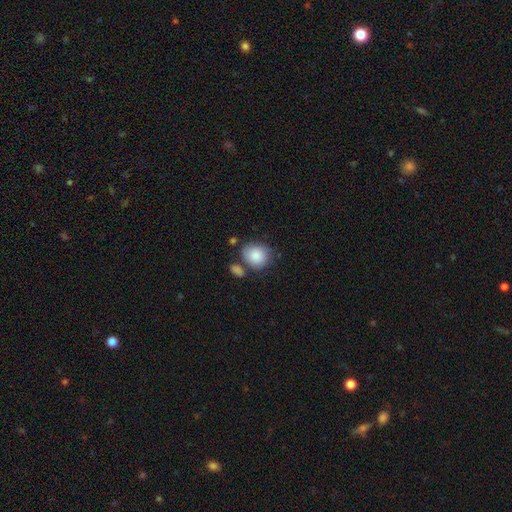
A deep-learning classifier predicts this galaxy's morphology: Overall: smooth (86%). How rounded: round (68%; in between 31%). Merging: none (60%).